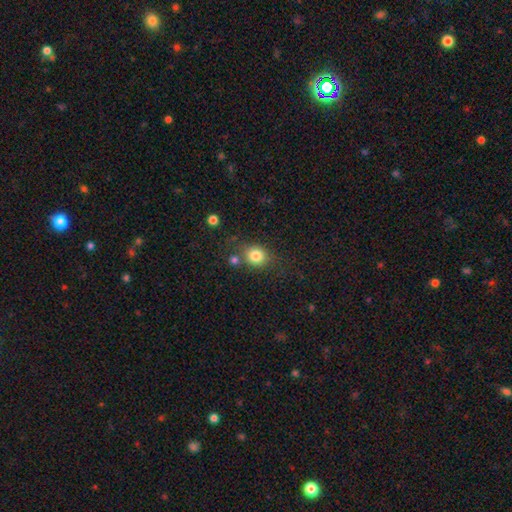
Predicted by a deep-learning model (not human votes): A smooth galaxy with no disk features (82%) that is round (75%).

Vote fractions:
- Smooth or featured? smooth: 82% / star or artifact: 11% / featured or disk: 7%
- How rounded? round: 75% / in between: 24% / cigar-shaped: 1%
- Merging? none: 68% / minor disturbance: 14% / merger: 13% / major disturbance: 5%